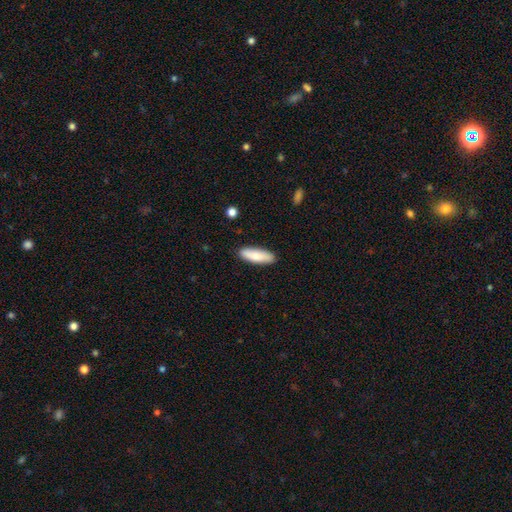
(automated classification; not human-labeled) Smooth or featured?
  - smooth: 84% *
  - featured or disk: 10%
  - star or artifact: 5%
How rounded?
  - cigar-shaped: 50% *
  - in between: 49%
  - round: 2%
Merging?
  - none: 89% *
  - minor disturbance: 8%
  - major disturbance: 2%
  - merger: 1%